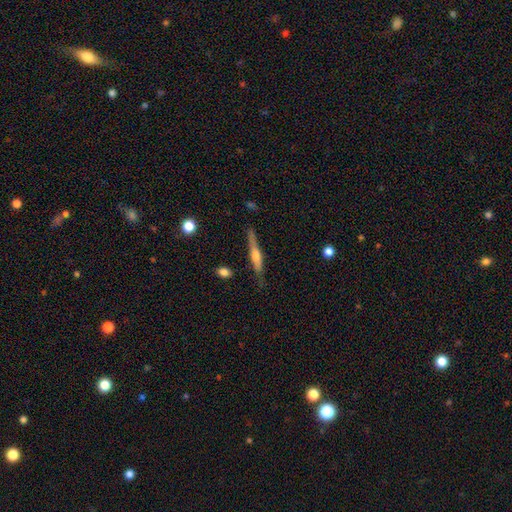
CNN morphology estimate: A featured or disk galaxy (61%) viewed edge-on (96%) with a rounded central bulge (79%). Merging: none (78%).